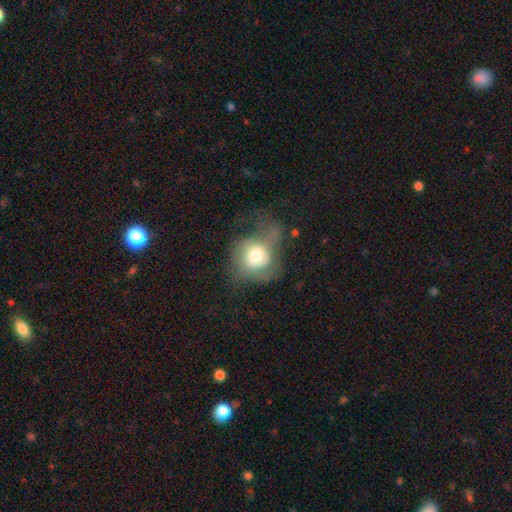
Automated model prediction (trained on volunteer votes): Smooth or featured?
  - smooth: 59% *
  - featured or disk: 31%
  - star or artifact: 10%
How rounded?
  - round: 75% *
  - in between: 24%
  - cigar-shaped: 1%
Merging?
  - major disturbance: 50% *
  - none: 24%
  - minor disturbance: 23%
  - merger: 4%